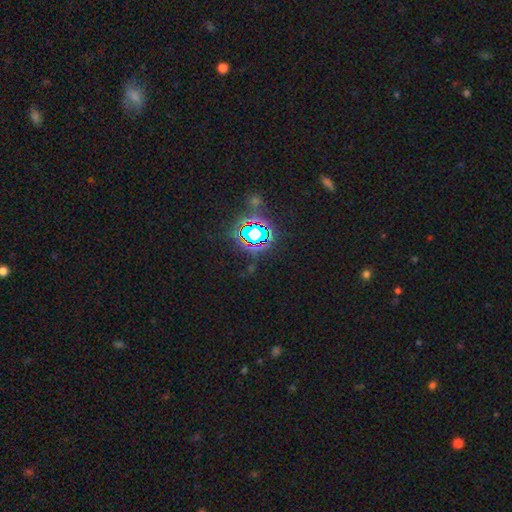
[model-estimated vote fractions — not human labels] A star or artifact, not a galaxy (81%).